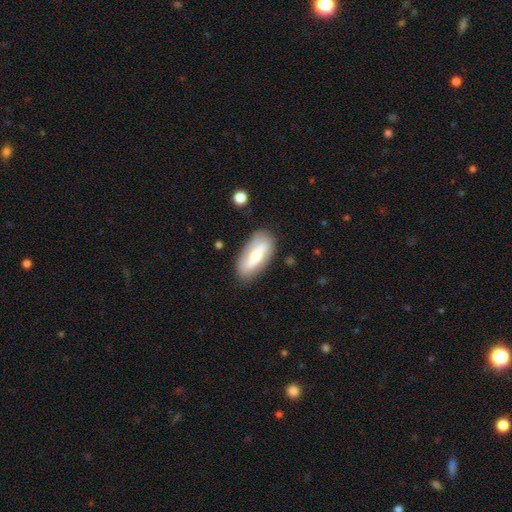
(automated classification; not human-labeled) Smooth or featured? Predicted: smooth (p=0.52). How rounded? Predicted: in between (p=0.81). Merging? Predicted: none (p=0.82).